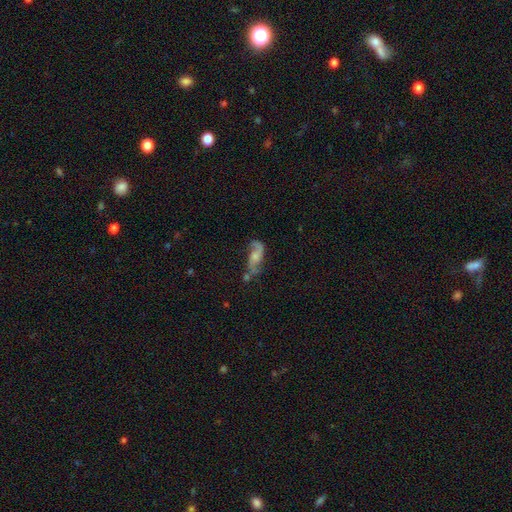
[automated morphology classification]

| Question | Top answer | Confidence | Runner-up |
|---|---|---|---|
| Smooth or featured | featured or disk | 74% | smooth (19%) |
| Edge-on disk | no | 93% | yes (7%) |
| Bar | no | 61% | weak (32%) |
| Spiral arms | yes | 92% | no (8%) |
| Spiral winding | loose | 67% | medium (26%) |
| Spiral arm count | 2 | 87% | 1 (6%) |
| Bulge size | small | 39% | moderate (37%) |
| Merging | none | 53% | minor disturbance (22%) |